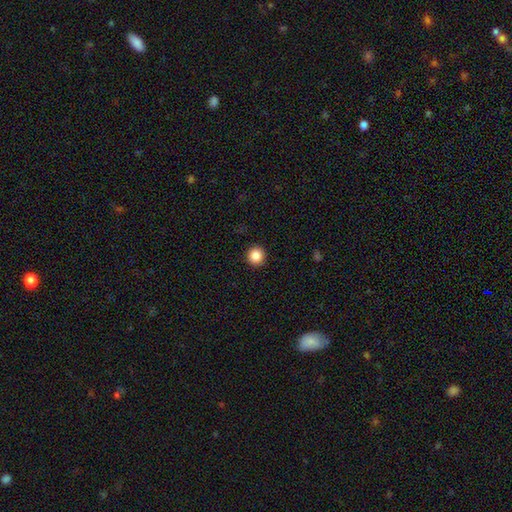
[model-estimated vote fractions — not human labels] This is clearly a smooth galaxy (86%). How rounded: clearly round (95%). Merging: clearly none (93%).